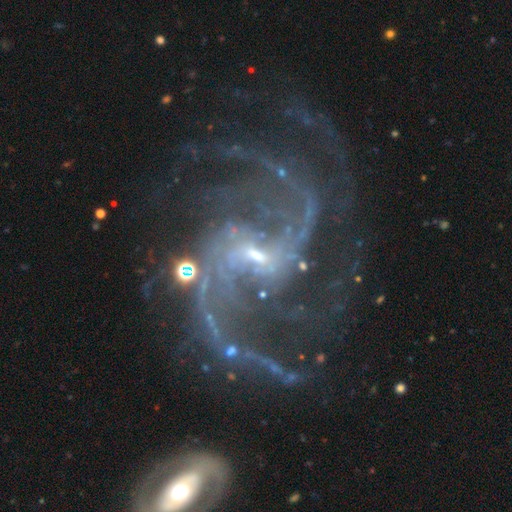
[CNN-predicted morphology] Smooth or featured?
  - featured or disk: 87% *
  - star or artifact: 9%
  - smooth: 4%
Edge-on disk?
  - no: 98% *
  - yes: 2%
Bar?
  - weak: 44% *
  - no: 29%
  - strong: 27%
Spiral arms?
  - yes: 97% *
  - no: 3%
Spiral winding?
  - medium: 44% *
  - loose: 36%
  - tight: 20%
Spiral arm count?
  - 2: 45% *
  - 3: 16%
  - can't tell: 14%
  - 4: 9%
  - more than 4: 8%
  - 1: 8%
Bulge size?
  - small: 72% *
  - moderate: 20%
  - none: 5%
  - large: 2%
  - dominant: 1%
Merging?
  - none: 50% *
  - major disturbance: 26%
  - minor disturbance: 17%
  - merger: 7%